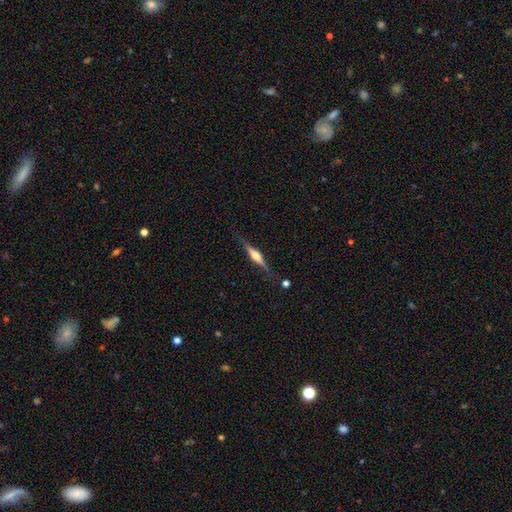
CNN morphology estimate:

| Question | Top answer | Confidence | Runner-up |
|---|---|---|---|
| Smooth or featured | featured or disk | 72% | smooth (22%) |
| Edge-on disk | yes | 97% | no (3%) |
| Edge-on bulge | rounded | 89% | boxy (8%) |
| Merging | none | 83% | minor disturbance (12%) |